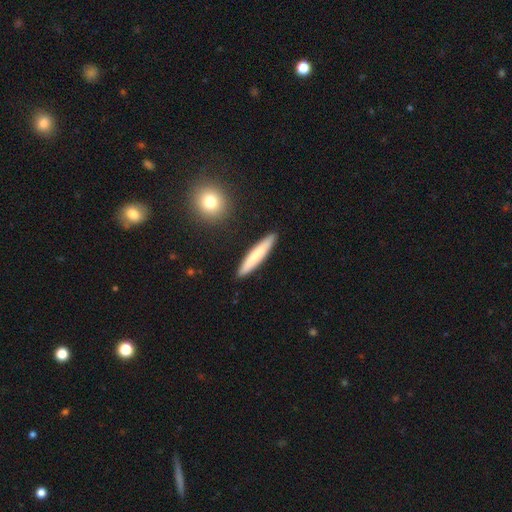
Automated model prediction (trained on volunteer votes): A smooth galaxy with no disk features (70%) that is cigar-shaped (92%).

Vote fractions:
- Smooth or featured? smooth: 70% / featured or disk: 25% / star or artifact: 6%
- How rounded? cigar-shaped: 92% / in between: 7% / round: 1%
- Merging? none: 90% / minor disturbance: 7% / merger: 2% / major disturbance: 1%